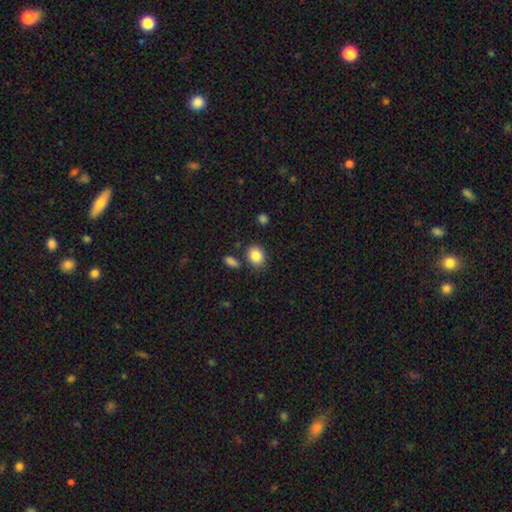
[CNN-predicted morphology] smooth_or_featured: smooth (p=0.85) [alt: star or artifact p=0.09]
how_rounded: round (p=0.52) [alt: in between p=0.47]
merging: none (p=0.79) [alt: minor disturbance p=0.11]